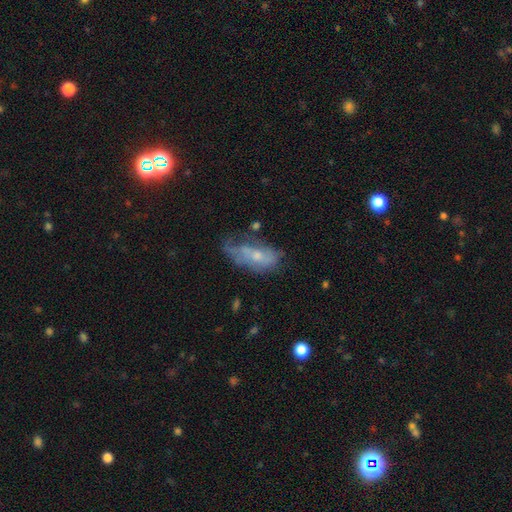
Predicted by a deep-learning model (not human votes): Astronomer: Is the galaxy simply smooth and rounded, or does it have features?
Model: featured or disk — 49% (runner-up: smooth, 41%).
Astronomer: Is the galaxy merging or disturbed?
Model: none — 34% (runner-up: minor disturbance, 32%).